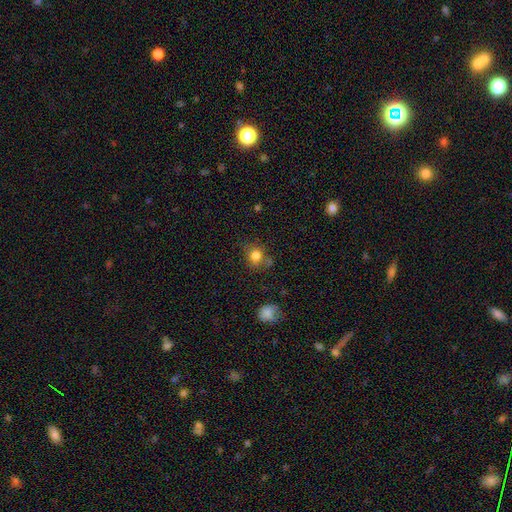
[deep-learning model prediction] This appears to be a smooth galaxy with no disk features (82%) that is round (79%). Merging: none (70%).